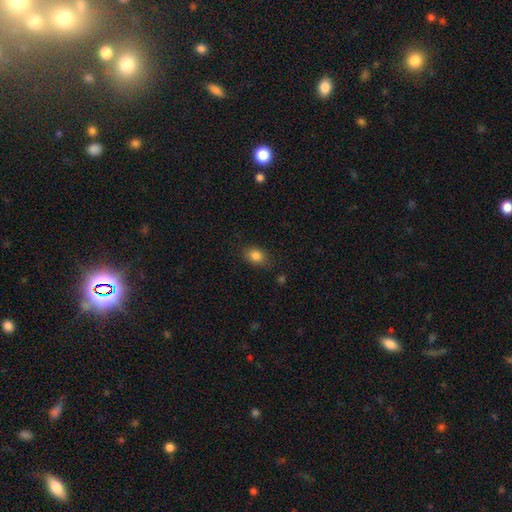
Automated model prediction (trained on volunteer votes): A smooth galaxy with no disk features (84%) that is in between round and cigar-shaped (66%). Merging: none (82%).